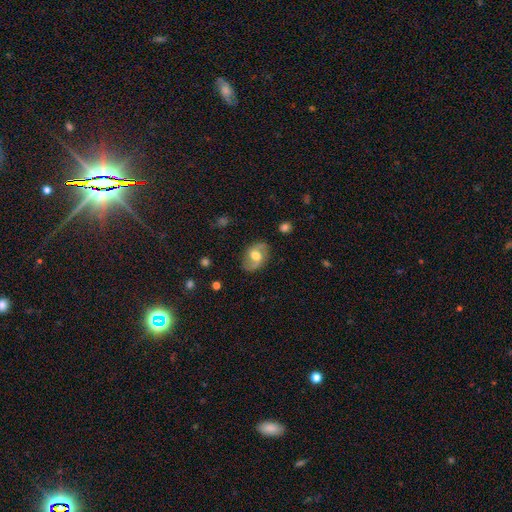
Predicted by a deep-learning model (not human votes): Smooth or featured? Predicted: featured or disk (p=0.61). Edge-on disk? Predicted: no (p=0.95). Bar? Predicted: no (p=0.44). Spiral arms? Predicted: yes (p=0.78). Bulge size? Predicted: moderate (p=0.65). Merging? Predicted: none (p=0.80).